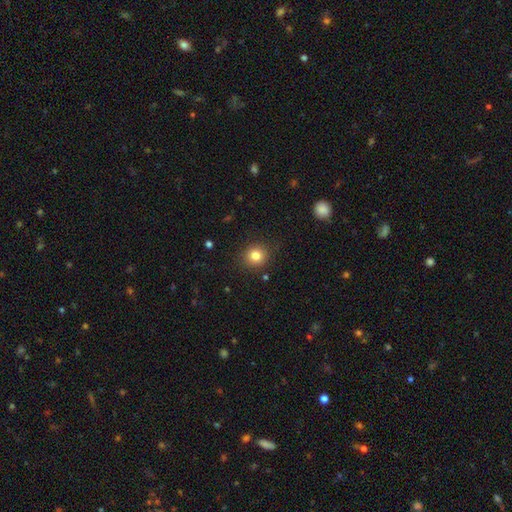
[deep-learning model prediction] smooth-or-featured: smooth: 81% | star or artifact: 12% | featured or disk: 7%
  how-rounded: round: 86% | in between: 13% | cigar-shaped: 1%
  merging: none: 86% | minor disturbance: 9% | major disturbance: 3% | merger: 1%